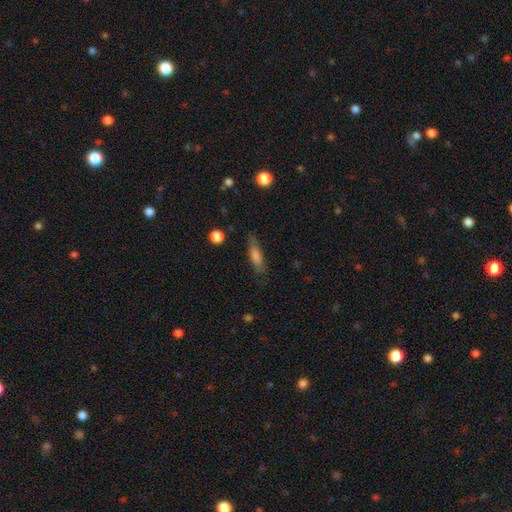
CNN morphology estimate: The model was most divided on "how rounded": cigar-shaped: 63%, in between: 34%, round: 3%. More confident: merging — none (74%); smooth or featured — smooth (67%).